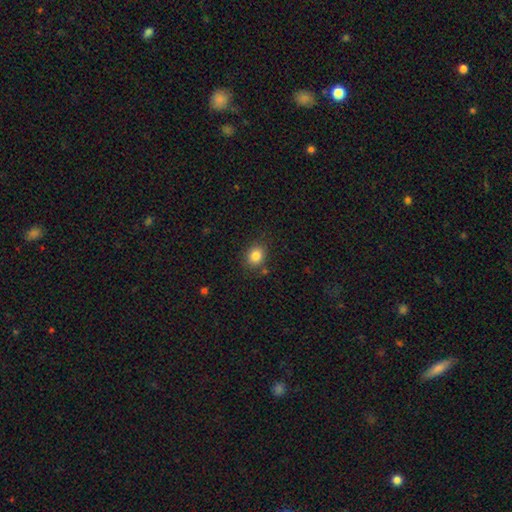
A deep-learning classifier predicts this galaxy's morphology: Smooth or featured? smooth (84%)
How rounded? round (66%)
Merging? none (82%)